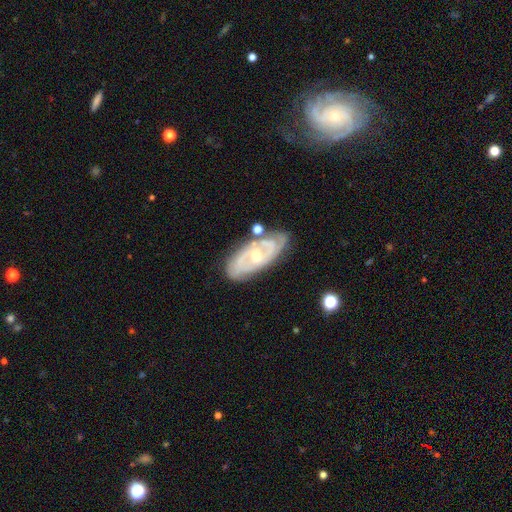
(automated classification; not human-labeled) smooth-or-featured: featured or disk: 82% | smooth: 12% | star or artifact: 6%
  disk-edge-on: no: 93% | yes: 7%
    bar: no: 54% | weak: 36% | strong: 10%
    has-spiral-arms: yes: 93% | no: 7%
      spiral-winding: tight: 58% | medium: 34% | loose: 8%
      spiral-arm-count: 2: 50% | can't tell: 24% | 3: 16% | 4: 4% | 1: 3% | more than 4: 3%
    bulge-size: small: 51% | moderate: 45% | large: 2% | none: 1% | dominant: 1%
  merging: none: 72% | minor disturbance: 19% | major disturbance: 5% | merger: 5%